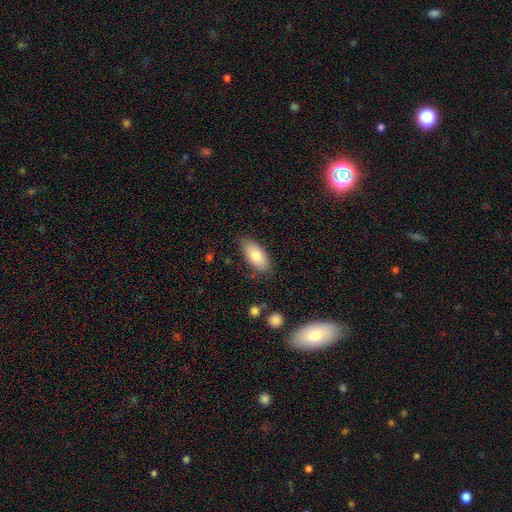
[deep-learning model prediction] Smooth or featured: smooth — 80% (featured or disk — 14%)
How rounded: in between — 88% (cigar-shaped — 10%)
Merging: none — 81% (minor disturbance — 14%)